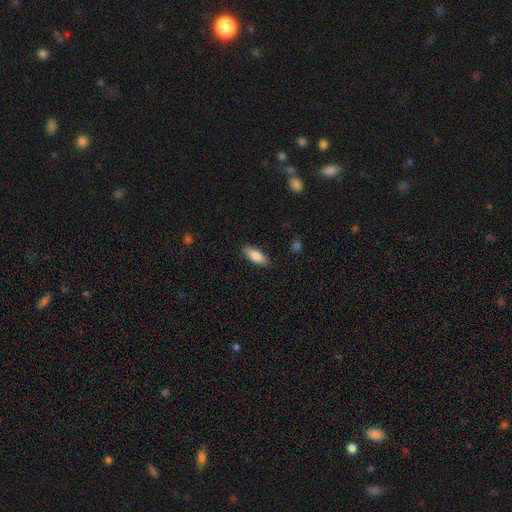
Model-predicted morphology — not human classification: This appears to be a smooth galaxy with no disk features (84%) that is in between round and cigar-shaped (72%). Merging: none (87%).